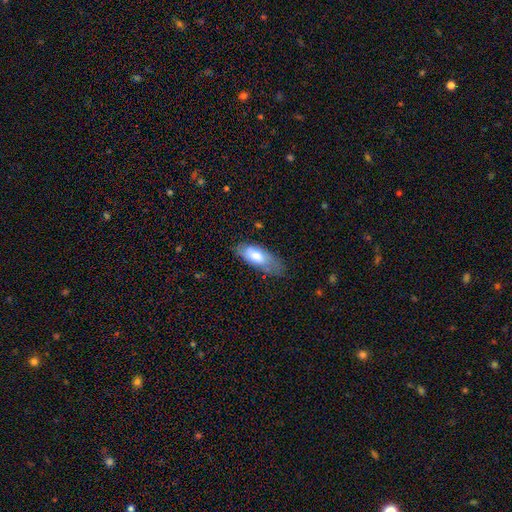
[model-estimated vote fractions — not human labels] A smooth galaxy with no disk features (72%) that is in between round and cigar-shaped (81%). Merging: none (59%).